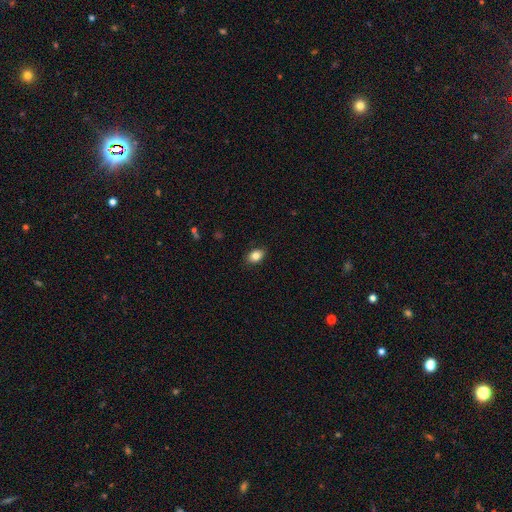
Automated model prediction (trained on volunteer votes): Smooth or featured: smooth — 84% (star or artifact — 9%)
How rounded: in between — 79% (round — 20%)
Merging: none — 87% (minor disturbance — 10%)